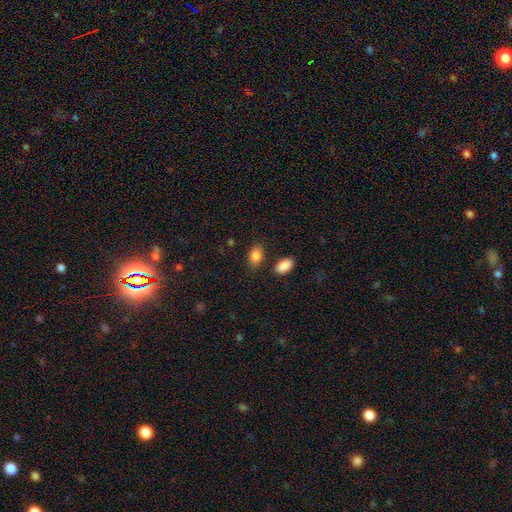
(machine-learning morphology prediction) A smooth galaxy with no disk features (86%) that is in between round and cigar-shaped (84%).

Vote fractions:
- Smooth or featured? smooth: 86% / star or artifact: 8% / featured or disk: 5%
- How rounded? in between: 84% / round: 14% / cigar-shaped: 2%
- Merging? none: 79% / minor disturbance: 11% / merger: 6% / major disturbance: 3%